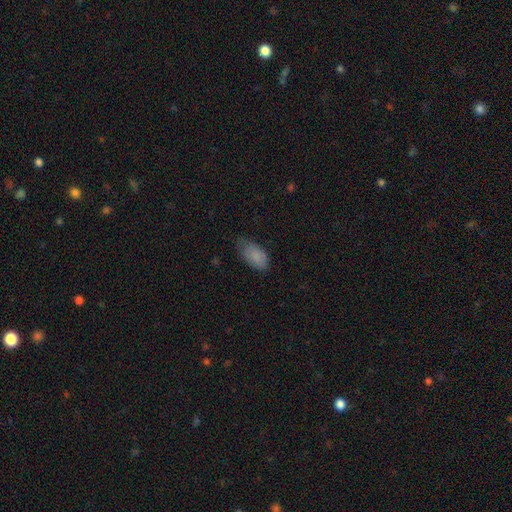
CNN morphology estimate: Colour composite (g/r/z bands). It shows a smooth galaxy with no disk features (84%) that is in between round and cigar-shaped (94%). Merging: none (56%).